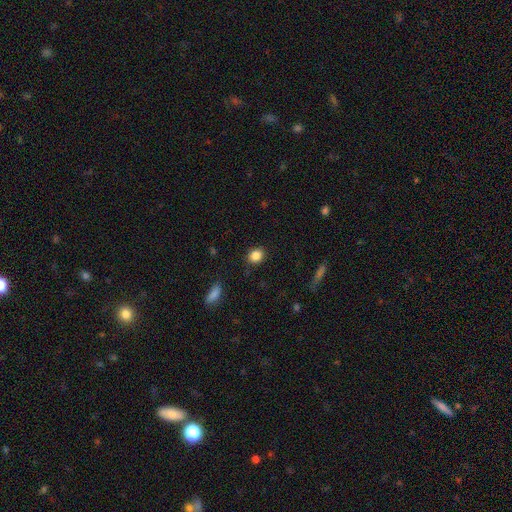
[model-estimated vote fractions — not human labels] Morphology: type=smooth (86%); roundness=round (62%); merging=none (87%).